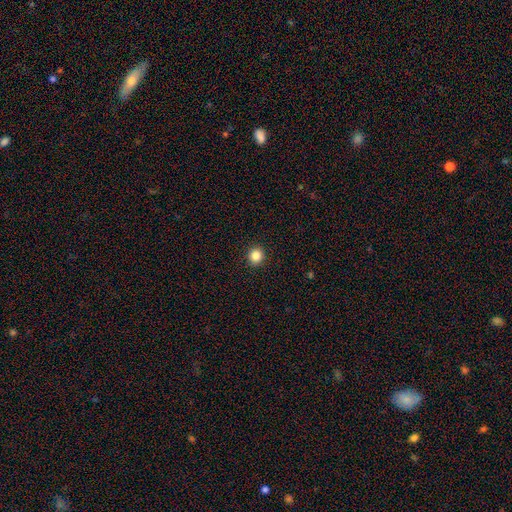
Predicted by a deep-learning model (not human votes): Smooth or featured? Predicted: smooth (p=0.85). How rounded? Predicted: round (p=0.90). Merging? Predicted: none (p=0.93).